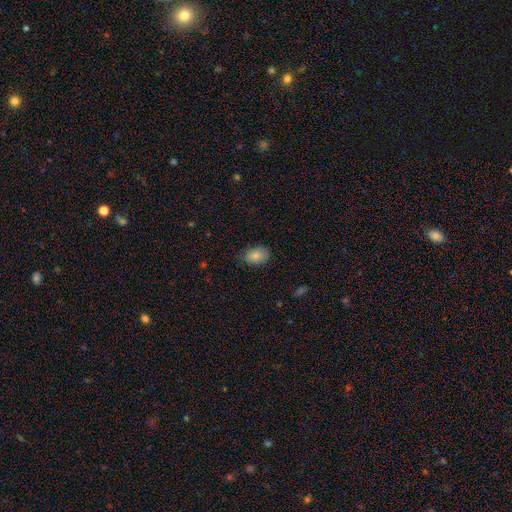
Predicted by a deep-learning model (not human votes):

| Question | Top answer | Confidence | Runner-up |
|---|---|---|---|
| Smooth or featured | smooth | 83% | featured or disk (9%) |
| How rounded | in between | 83% | round (16%) |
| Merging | none | 79% | minor disturbance (17%) |